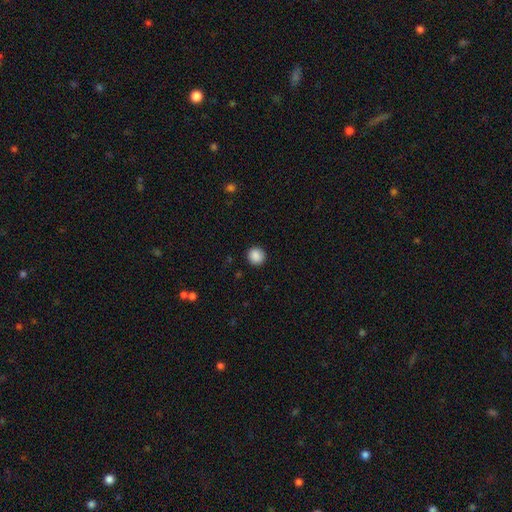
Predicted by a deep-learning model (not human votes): A smooth galaxy with no disk features (88%) that is round (92%).

Vote fractions:
- Smooth or featured? smooth: 88% / star or artifact: 9% / featured or disk: 3%
- How rounded? round: 92% / in between: 7% / cigar-shaped: 1%
- Merging? none: 91% / minor disturbance: 6% / major disturbance: 2% / merger: 1%